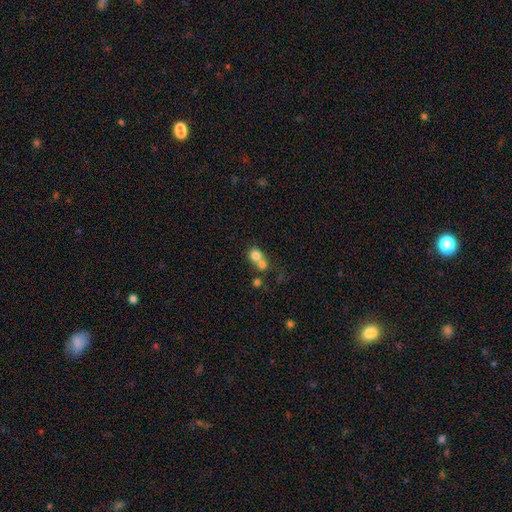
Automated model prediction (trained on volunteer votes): Smooth or featured? smooth (75%)
How rounded? round (75%)
Merging? merger (64%)